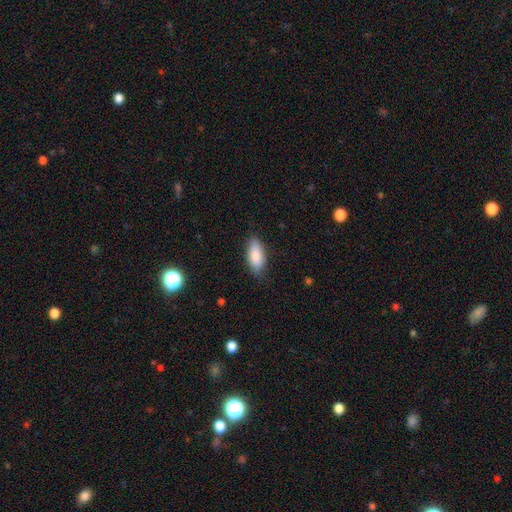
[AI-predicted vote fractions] smooth-or-featured: smooth: 85% | featured or disk: 9% | star or artifact: 6%
  how-rounded: in between: 84% | cigar-shaped: 14% | round: 2%
  merging: none: 81% | minor disturbance: 15% | major disturbance: 3% | merger: 1%